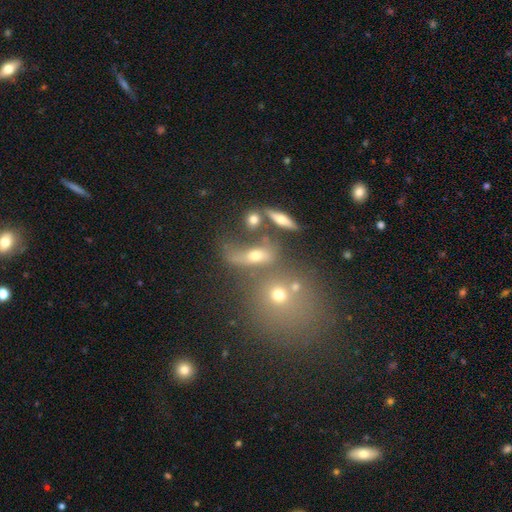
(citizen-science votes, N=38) A smooth galaxy with no disk features (61%) that is in between round and cigar-shaped (57%). Merging: merger (47%).